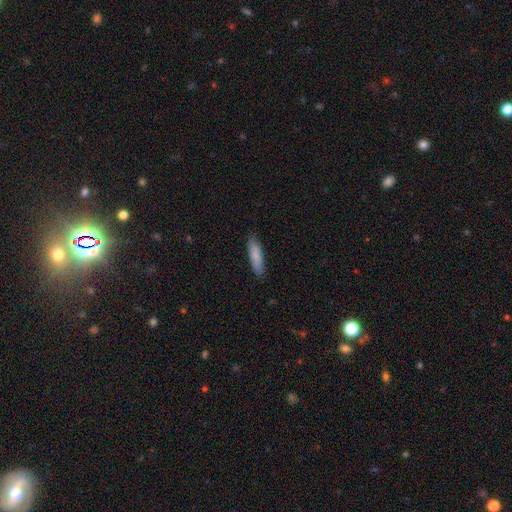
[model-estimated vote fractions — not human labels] This appears to be a smooth galaxy with no disk features (82%) that is cigar-shaped (68%). Merging: none (87%).